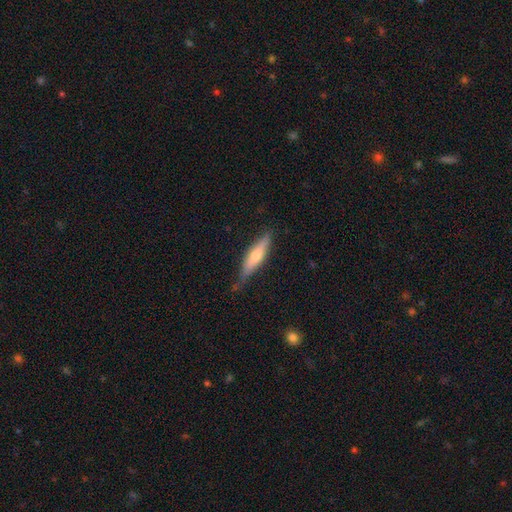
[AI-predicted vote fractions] Smooth or featured: featured or disk — 49% (smooth — 45%)
Merging: none — 74% (minor disturbance — 20%)